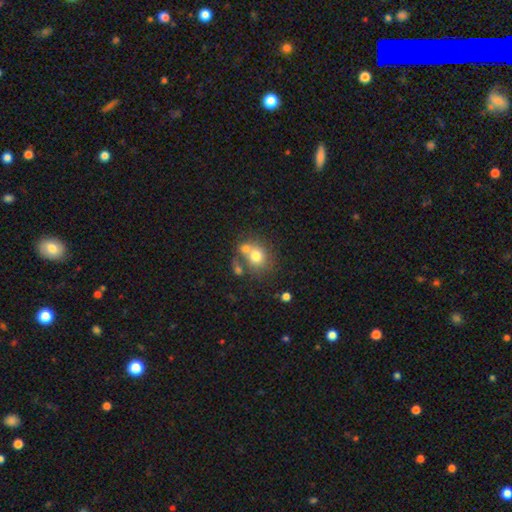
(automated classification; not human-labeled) A smooth galaxy with no disk features (72%) that is round (71%).

Vote fractions:
- Smooth or featured? smooth: 72% / featured or disk: 17% / star or artifact: 11%
- How rounded? round: 71% / in between: 28% / cigar-shaped: 1%
- Merging? none: 44% / merger: 37% / minor disturbance: 12% / major disturbance: 7%